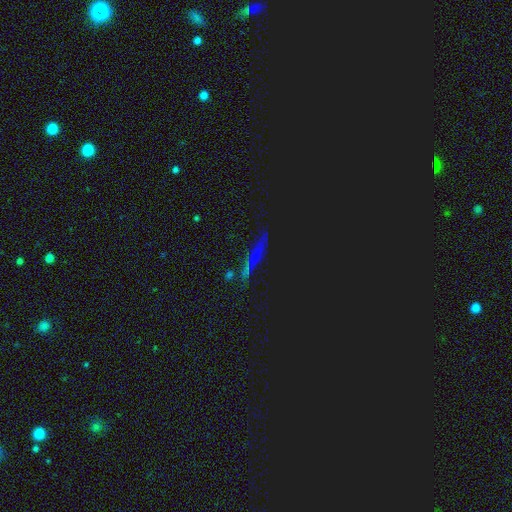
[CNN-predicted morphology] This is possibly a star or artifact rather than a galaxy (59%).